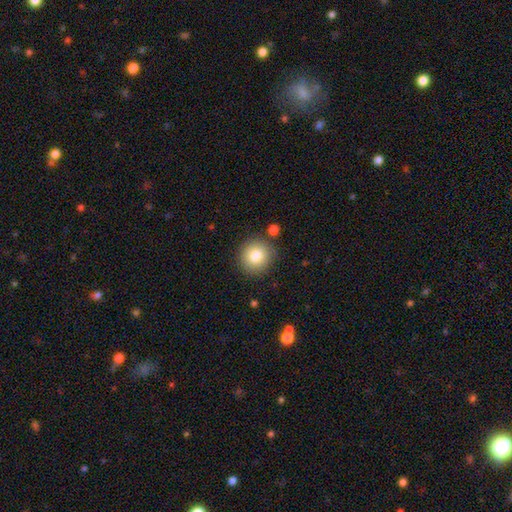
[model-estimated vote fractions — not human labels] A smooth galaxy with no disk features (81%) that is round (93%).

Vote fractions:
- Smooth or featured? smooth: 81% / star or artifact: 10% / featured or disk: 9%
- How rounded? round: 93% / in between: 6% / cigar-shaped: 1%
- Merging? none: 85% / minor disturbance: 8% / merger: 4% / major disturbance: 3%